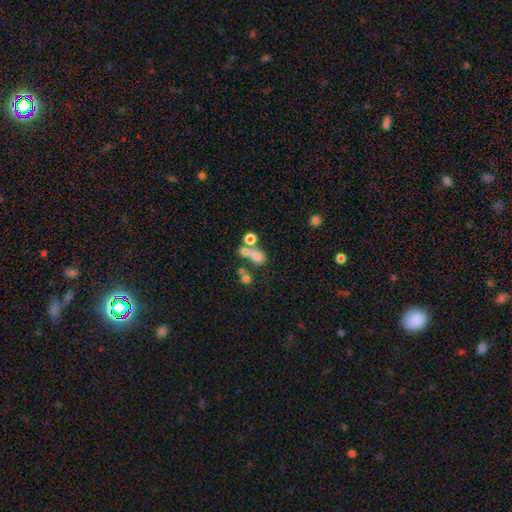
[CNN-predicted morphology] smooth 65%, featured or disk 19%, star or artifact 16%. Down the decision tree: how rounded — in between (54%); merging — merger (50%).